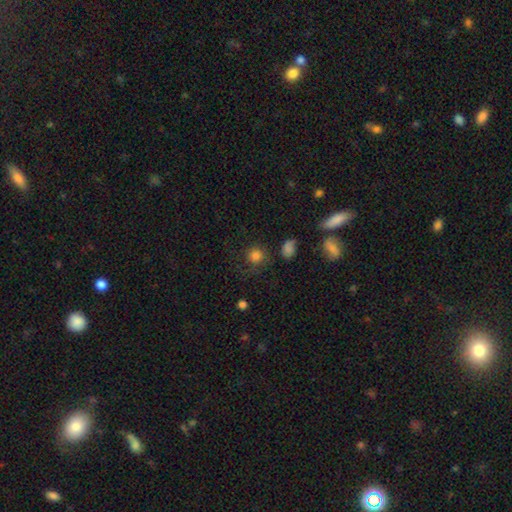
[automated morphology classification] Smooth or featured? smooth (79%)
How rounded? round (90%)
Merging? none (74%)